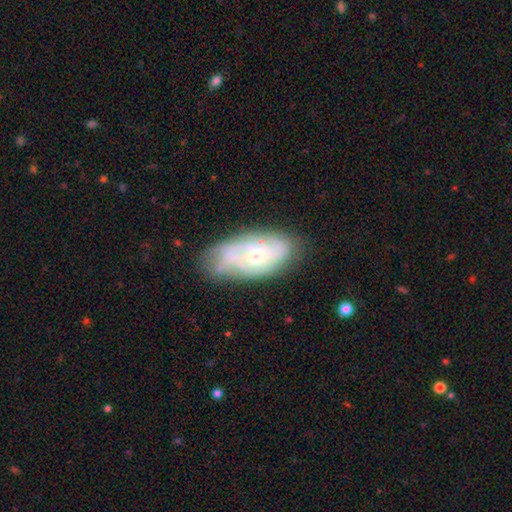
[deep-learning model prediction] Overall: featured or disk (71%). Edge-on disk: no (93%). Bar: no (75%). Spiral arms: yes (83%). Spiral arm count: can't tell (49%; 3 16%). Spiral winding: tight (59%; medium 31%). Bulge size: small (53%; moderate 42%). Merging: none (63%; minor disturbance 26%).